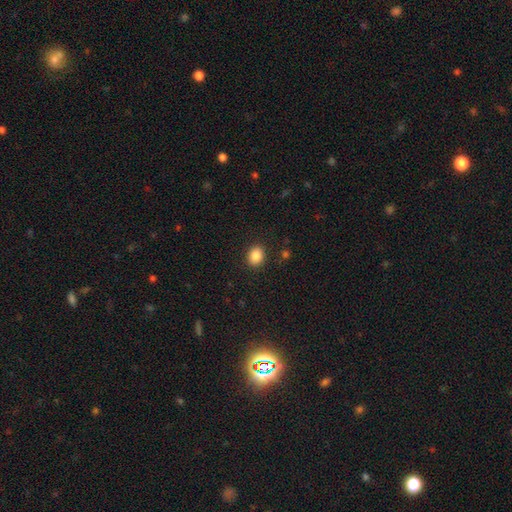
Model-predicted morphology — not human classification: Smooth or featured? Predicted: smooth (p=0.86). How rounded? Predicted: round (p=0.51). Merging? Predicted: none (p=0.89).